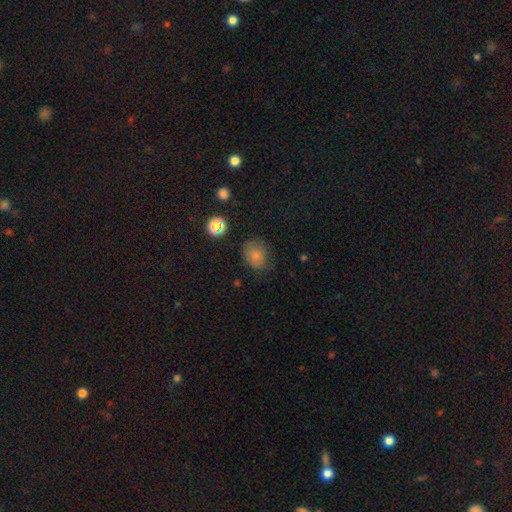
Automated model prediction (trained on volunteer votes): Morphology: type=smooth (76%); roundness=round (52%); merging=none (68%).